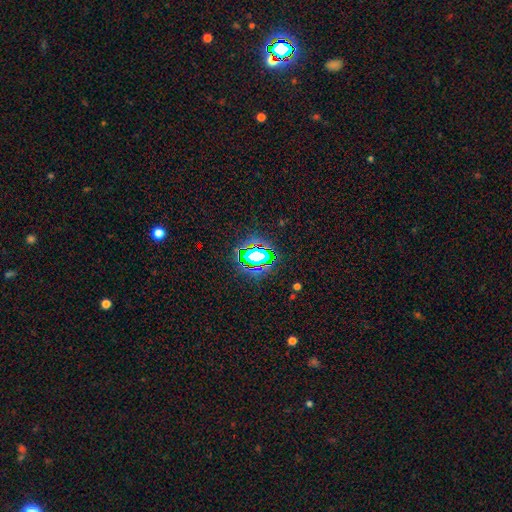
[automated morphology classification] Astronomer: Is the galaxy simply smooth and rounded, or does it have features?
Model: star or artifact — 64%.